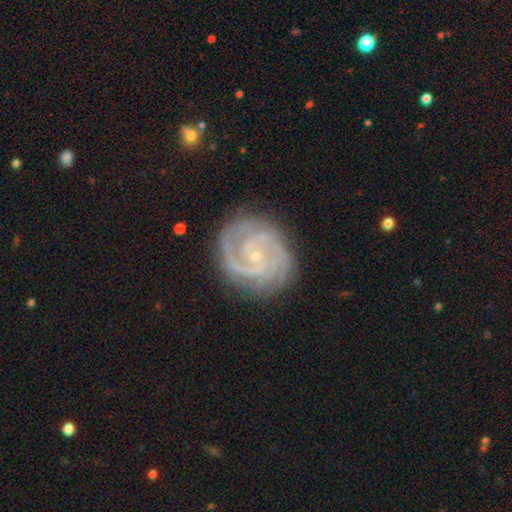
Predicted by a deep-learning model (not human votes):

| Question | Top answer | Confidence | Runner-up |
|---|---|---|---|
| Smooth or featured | featured or disk | 90% | star or artifact (5%) |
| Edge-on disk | no | 98% | yes (2%) |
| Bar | no | 63% | weak (28%) |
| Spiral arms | yes | 98% | no (2%) |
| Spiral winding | tight | 69% | medium (27%) |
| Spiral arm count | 2 | 49% | 3 (25%) |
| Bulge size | small | 85% | moderate (10%) |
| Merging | none | 80% | minor disturbance (14%) |